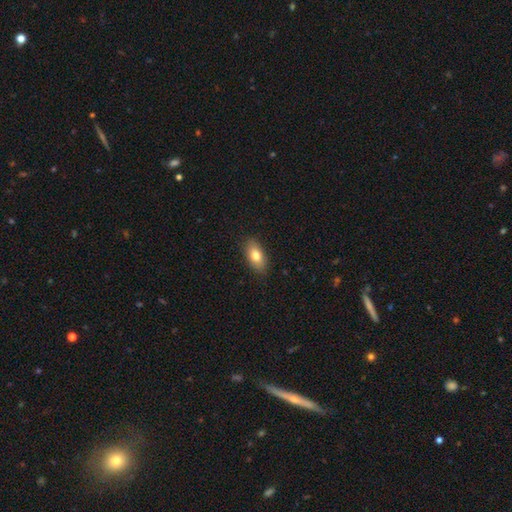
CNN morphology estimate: Smooth or featured: smooth — 76% (featured or disk — 16%)
How rounded: in between — 87% (cigar-shaped — 7%)
Merging: none — 86% (minor disturbance — 11%)